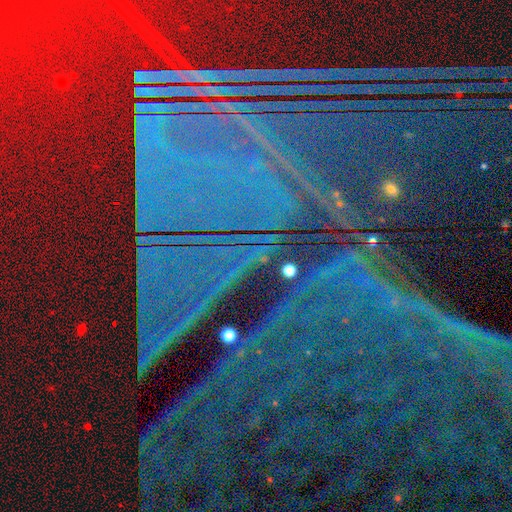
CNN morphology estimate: Smooth or featured? Predicted: star or artifact (p=0.90).